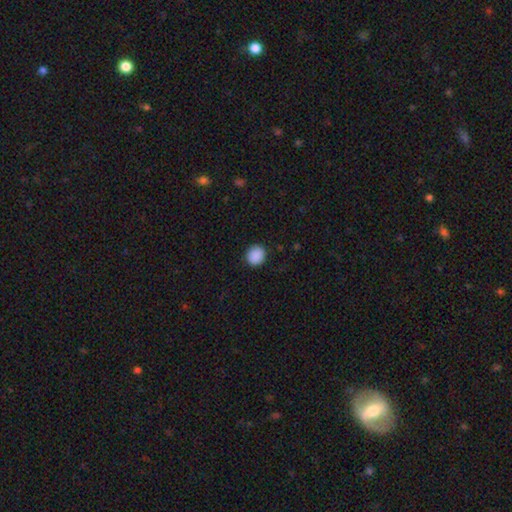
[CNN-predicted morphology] smooth_or_featured: smooth (p=0.90) [alt: star or artifact p=0.08]
how_rounded: round (p=0.82) [alt: in between p=0.17]
merging: none (p=0.90) [alt: minor disturbance p=0.07]